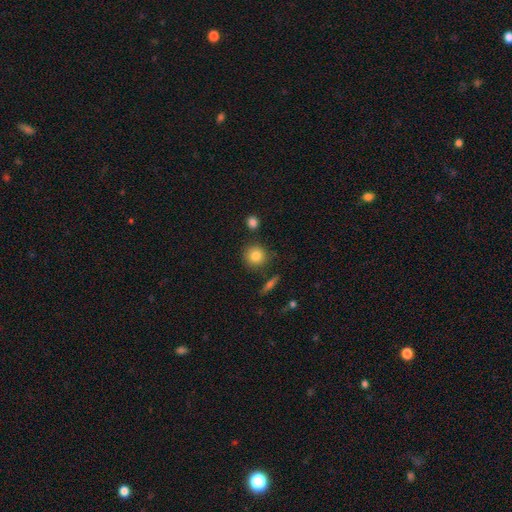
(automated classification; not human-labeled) Smooth or featured?
  - smooth: 83% *
  - star or artifact: 9%
  - featured or disk: 8%
How rounded?
  - round: 90% *
  - in between: 9%
  - cigar-shaped: 1%
Merging?
  - none: 83% *
  - minor disturbance: 9%
  - merger: 5%
  - major disturbance: 3%